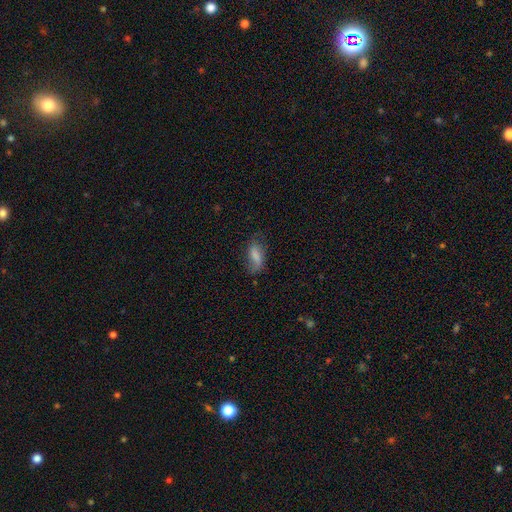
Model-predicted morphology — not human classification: Q: Smooth or featured?
A: smooth (61%); runner-up: featured or disk (30%)
Q: How rounded?
A: in between (85%); runner-up: cigar-shaped (11%)
Q: Merging?
A: none (53%); runner-up: minor disturbance (29%)